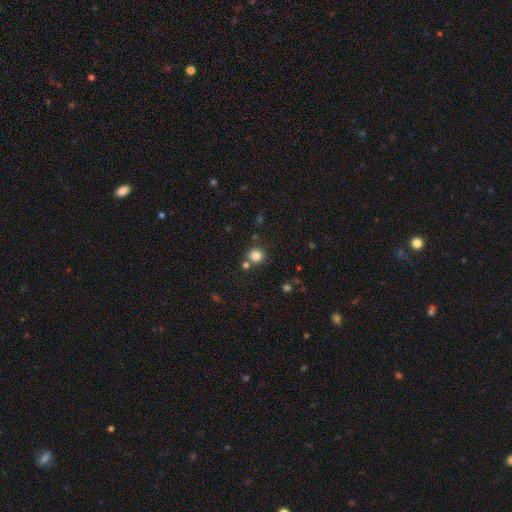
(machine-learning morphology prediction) This is clearly a smooth galaxy (83%). How rounded: clearly round (91%). Merging: likely none (75%).